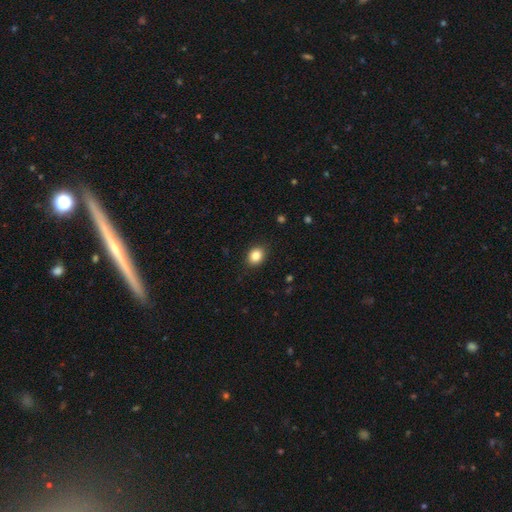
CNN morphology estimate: smooth 85%, star or artifact 10%, featured or disk 5%. Down the decision tree: how rounded — round (53%); merging — none (89%).